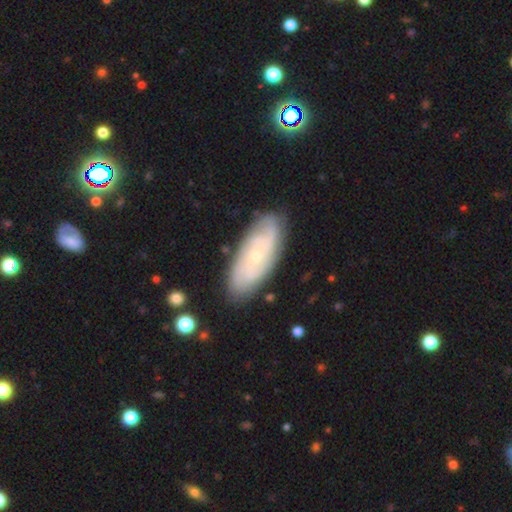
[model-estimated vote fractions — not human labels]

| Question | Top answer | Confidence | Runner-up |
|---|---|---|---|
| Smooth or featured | featured or disk | 69% | smooth (25%) |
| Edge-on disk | no | 90% | yes (10%) |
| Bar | no | 79% | weak (18%) |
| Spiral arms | yes | 87% | no (13%) |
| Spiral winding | tight | 65% | medium (26%) |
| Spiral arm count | can't tell | 51% | 2 (20%) |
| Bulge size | small | 79% | moderate (17%) |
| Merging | none | 82% | minor disturbance (14%) |